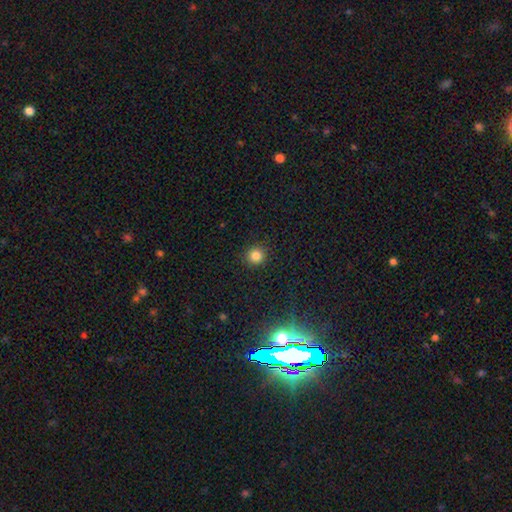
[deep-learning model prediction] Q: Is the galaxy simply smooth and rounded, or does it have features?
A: smooth — 83%.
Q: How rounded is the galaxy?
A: round — 93%.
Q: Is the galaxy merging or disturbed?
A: none — 91%.